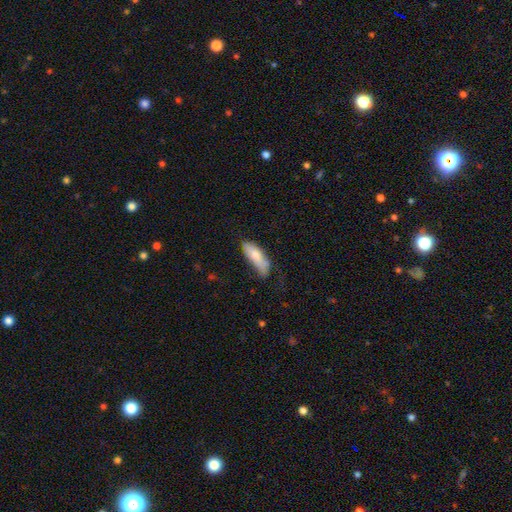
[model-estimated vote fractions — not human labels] smooth 74%, featured or disk 20%, star or artifact 6%. Down the decision tree: how rounded — in between (65%); merging — none (45%).